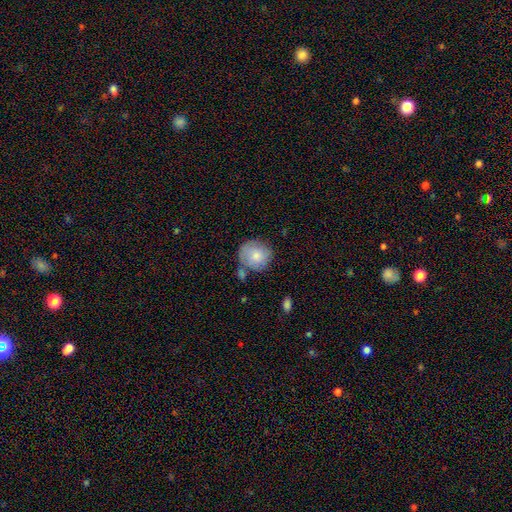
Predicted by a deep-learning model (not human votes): A smooth galaxy with no disk features (78%) that is round (88%). Merging: none (64%).